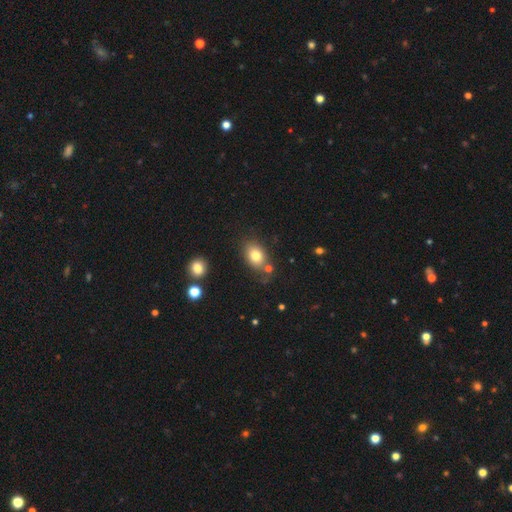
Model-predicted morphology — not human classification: Smooth or featured?
  - smooth: 80% *
  - featured or disk: 10%
  - star or artifact: 10%
How rounded?
  - in between: 74% *
  - round: 25%
  - cigar-shaped: 1%
Merging?
  - none: 72% *
  - minor disturbance: 15%
  - merger: 9%
  - major disturbance: 4%